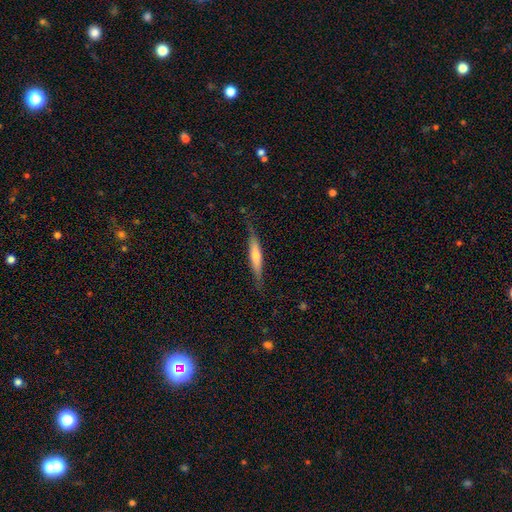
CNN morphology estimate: A featured or disk galaxy (54%) viewed edge-on (94%) with a rounded central bulge (65%).

Vote fractions:
- Smooth or featured? featured or disk: 54% / smooth: 40% / star or artifact: 6%
- Edge-on disk? yes: 94% / no: 6%
- Edge-on bulge? rounded: 65% / none: 22% / boxy: 13%
- Merging? none: 81% / minor disturbance: 15% / major disturbance: 3% / merger: 1%